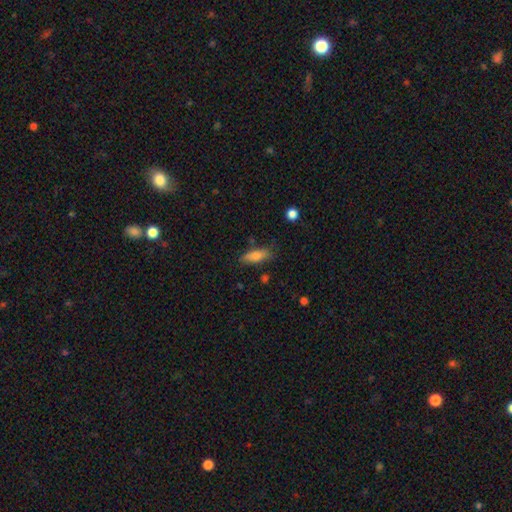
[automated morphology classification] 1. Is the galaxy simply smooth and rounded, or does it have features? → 74% smooth, 18% featured or disk, 8% star or artifact.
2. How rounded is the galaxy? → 58% in between, 39% cigar-shaped, 3% round.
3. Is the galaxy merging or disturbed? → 75% none, 18% minor disturbance, 4% major disturbance, 3% merger.